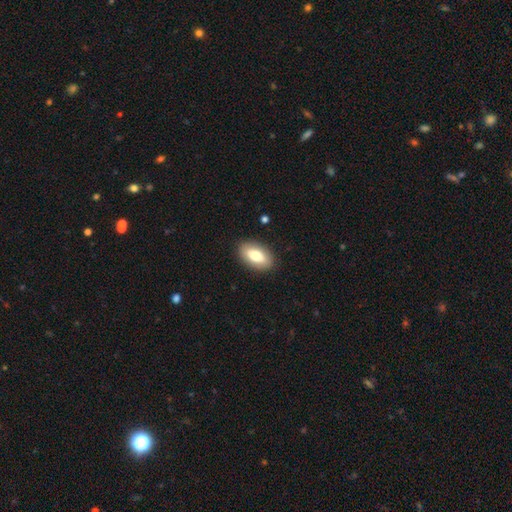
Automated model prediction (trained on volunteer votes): This is likely a smooth galaxy (76%). How rounded: clearly in between (93%). Merging: clearly none (88%).